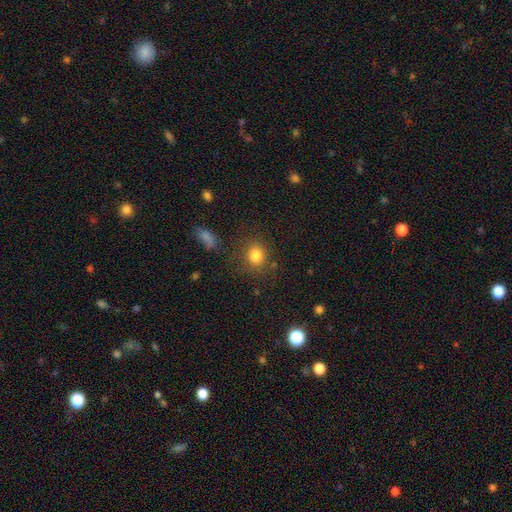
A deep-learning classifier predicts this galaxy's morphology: Smooth or featured? Predicted: smooth (p=0.81). How rounded? Predicted: round (p=0.74). Merging? Predicted: none (p=0.77).